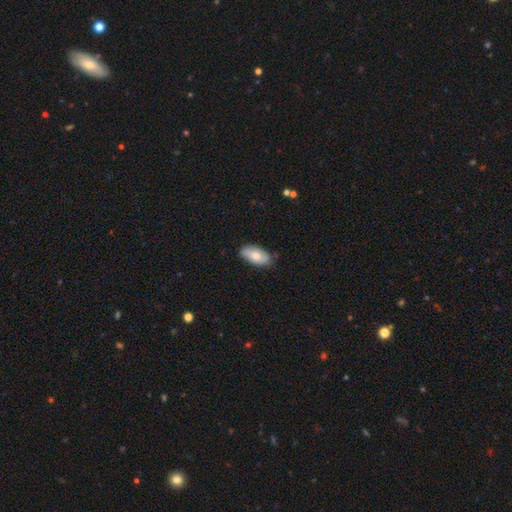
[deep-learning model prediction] Overall: smooth (71%). How rounded: in between (92%). Merging: none (78%).